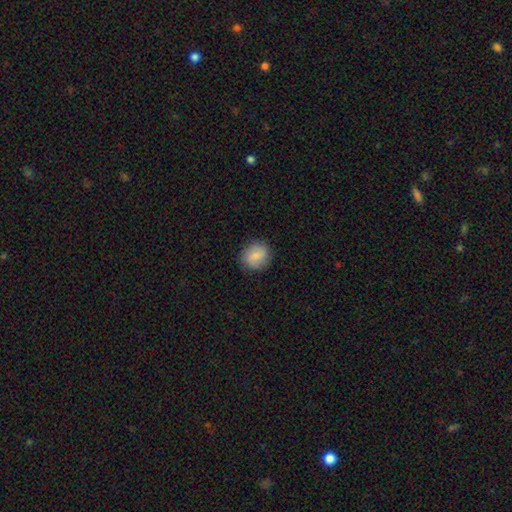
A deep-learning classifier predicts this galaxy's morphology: Smooth or featured: smooth — 81% (featured or disk — 12%)
How rounded: round — 78% (in between — 21%)
Merging: none — 86% (minor disturbance — 10%)